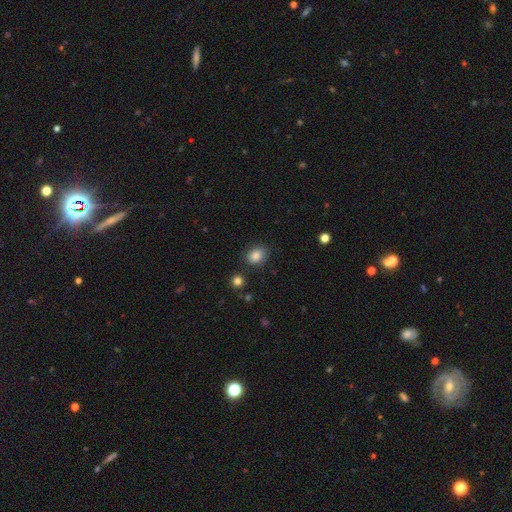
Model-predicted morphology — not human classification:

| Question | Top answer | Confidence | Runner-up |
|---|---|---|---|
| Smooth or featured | smooth | 85% | star or artifact (10%) |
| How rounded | round | 51% | in between (48%) |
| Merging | none | 82% | minor disturbance (12%) |